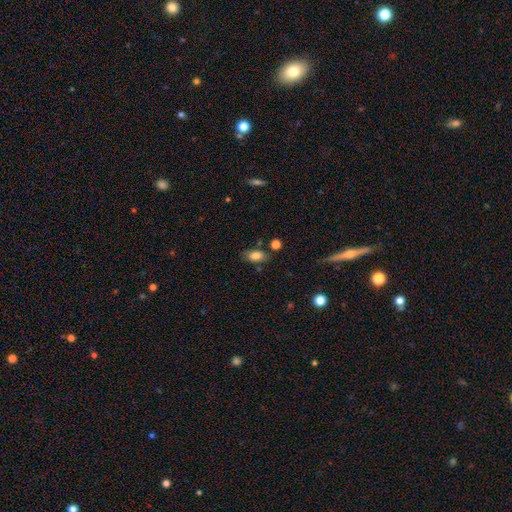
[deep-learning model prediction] The model was most divided on "merging": none: 74%, minor disturbance: 16%, merger: 6%, major disturbance: 4%. More confident: how rounded — in between (88%); smooth or featured — smooth (80%).